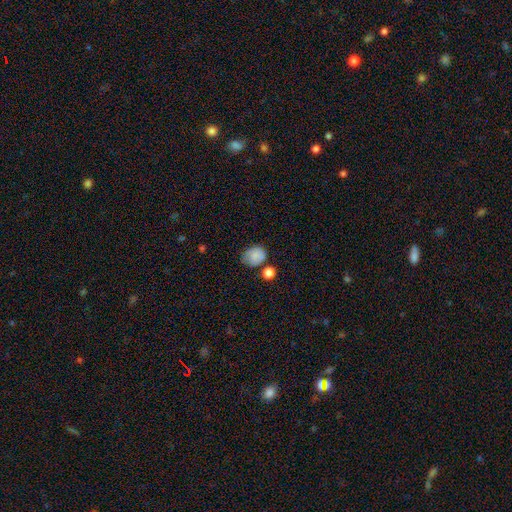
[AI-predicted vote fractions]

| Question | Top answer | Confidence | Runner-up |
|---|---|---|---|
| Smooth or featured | smooth | 80% | featured or disk (11%) |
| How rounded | round | 55% | in between (44%) |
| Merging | none | 55% | minor disturbance (27%) |